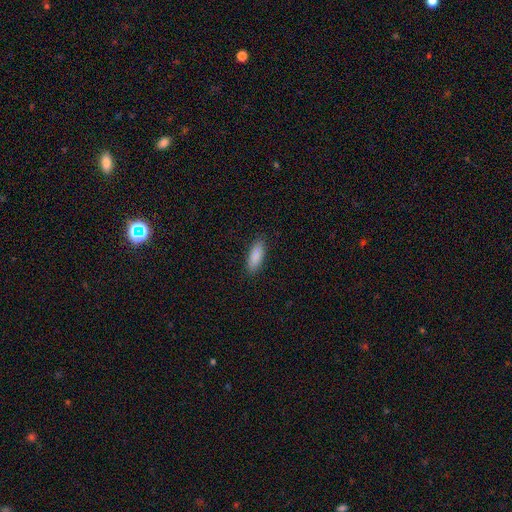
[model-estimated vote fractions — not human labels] This appears to be a smooth galaxy with no disk features (88%) that is in between round and cigar-shaped (67%). Merging: none (88%).